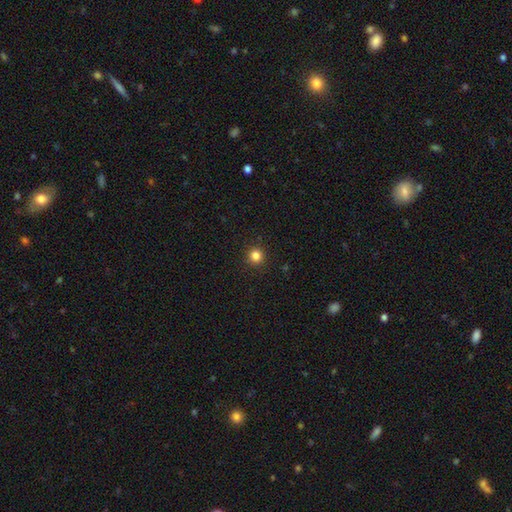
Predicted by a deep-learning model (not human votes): Smooth or featured? smooth (84%)
How rounded? round (94%)
Merging? none (92%)